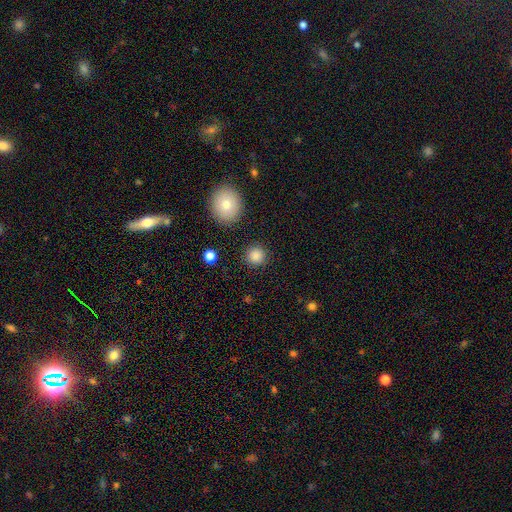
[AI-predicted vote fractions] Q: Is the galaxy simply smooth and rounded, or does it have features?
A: smooth — 86%.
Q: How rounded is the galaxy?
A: round — 93%.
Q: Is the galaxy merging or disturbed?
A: none — 90%.